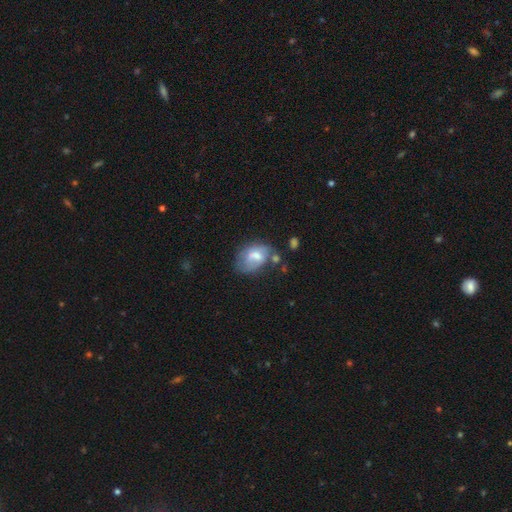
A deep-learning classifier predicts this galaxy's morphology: Q: Smooth or featured?
A: smooth (59%); runner-up: featured or disk (33%)
Q: How rounded?
A: in between (80%); runner-up: round (18%)
Q: Merging?
A: none (36%); runner-up: minor disturbance (31%)